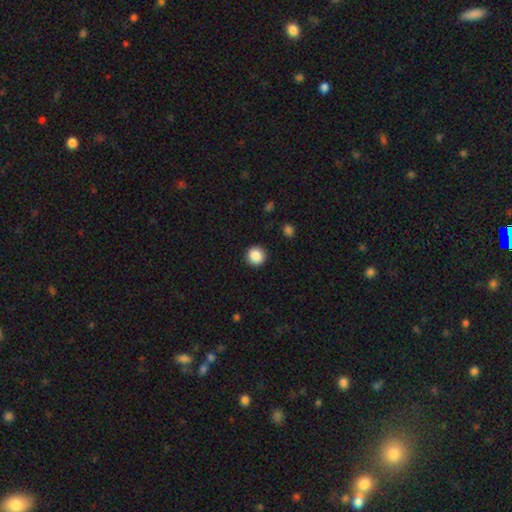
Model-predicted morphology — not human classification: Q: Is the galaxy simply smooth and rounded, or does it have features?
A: smooth — 88%.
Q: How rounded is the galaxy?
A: round — 95%.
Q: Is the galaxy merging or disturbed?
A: none — 92%.